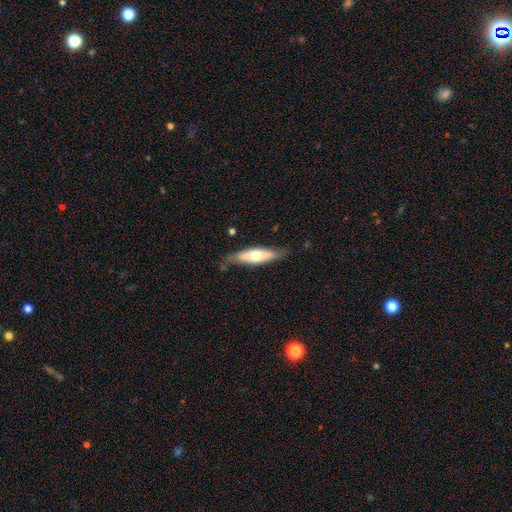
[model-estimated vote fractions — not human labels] smooth 53%, featured or disk 42%, star or artifact 5%. Down the decision tree: how rounded — cigar-shaped (59%); merging — none (75%).